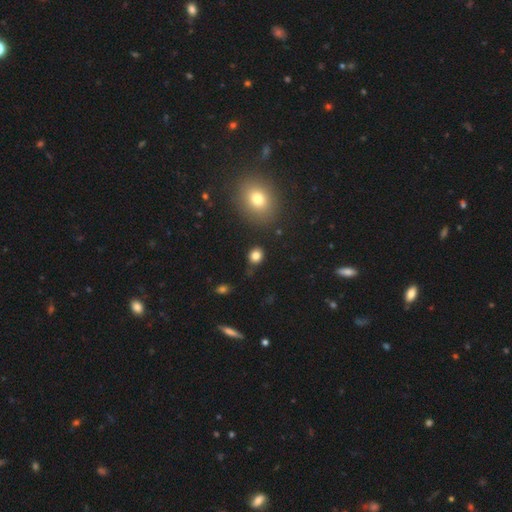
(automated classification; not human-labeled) Smooth or featured?
  - smooth: 82% *
  - star or artifact: 12%
  - featured or disk: 5%
How rounded?
  - round: 68% *
  - in between: 31%
  - cigar-shaped: 1%
Merging?
  - none: 82% *
  - minor disturbance: 12%
  - major disturbance: 3%
  - merger: 3%